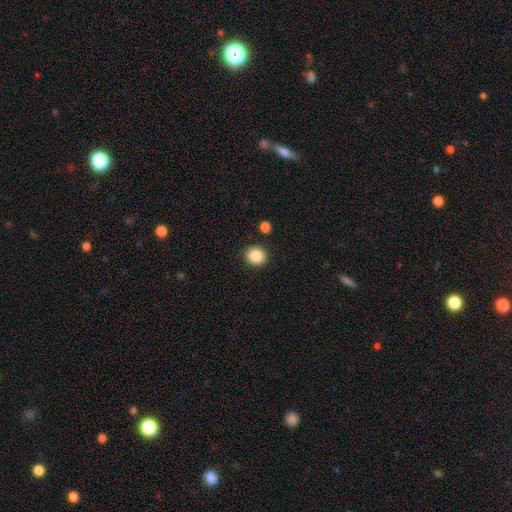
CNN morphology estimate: smooth 87%, star or artifact 9%, featured or disk 4%. Down the decision tree: how rounded — round (89%); merging — none (90%).